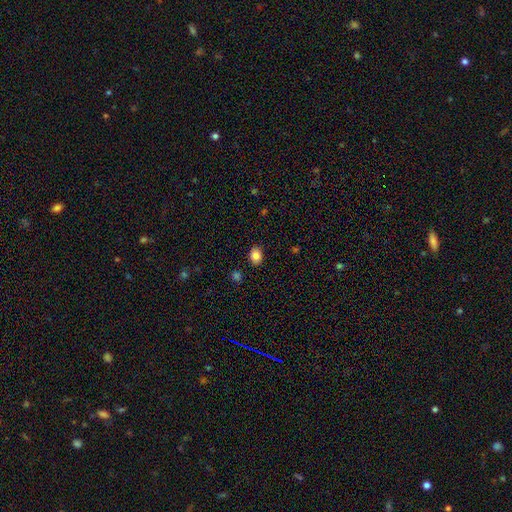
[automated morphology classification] type=smooth (86%); roundness=in between (59%); merging=none (86%).